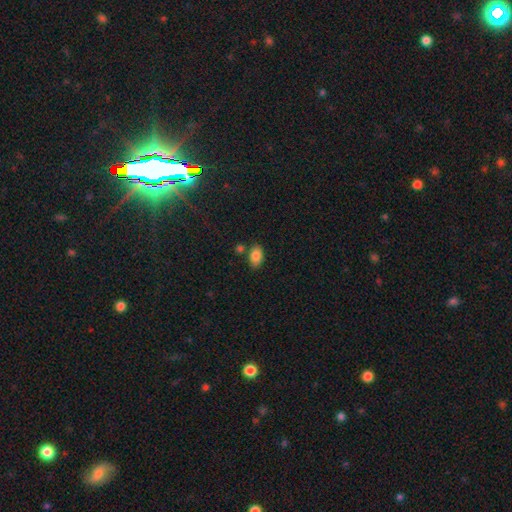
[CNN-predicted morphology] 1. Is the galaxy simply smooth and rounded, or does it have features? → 85% smooth, 8% star or artifact, 7% featured or disk.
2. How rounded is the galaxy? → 90% in between, 8% round, 2% cigar-shaped.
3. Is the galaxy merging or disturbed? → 75% none, 13% minor disturbance, 9% merger, 3% major disturbance.